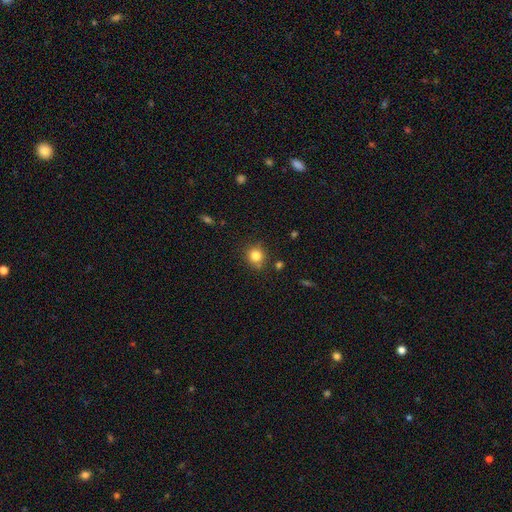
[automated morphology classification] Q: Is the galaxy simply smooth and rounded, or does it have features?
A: smooth — 82%.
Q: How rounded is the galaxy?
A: round — 90%.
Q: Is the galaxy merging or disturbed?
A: none — 81%.